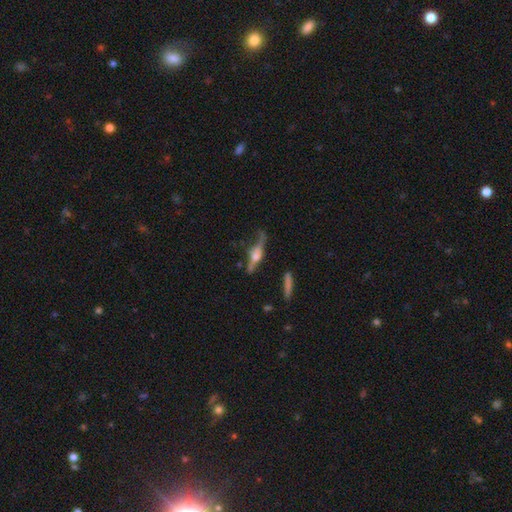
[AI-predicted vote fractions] This appears to be a featured or disk galaxy (69%) viewed edge-on (81%) with a rounded central bulge (89%). Merging: none (51%).